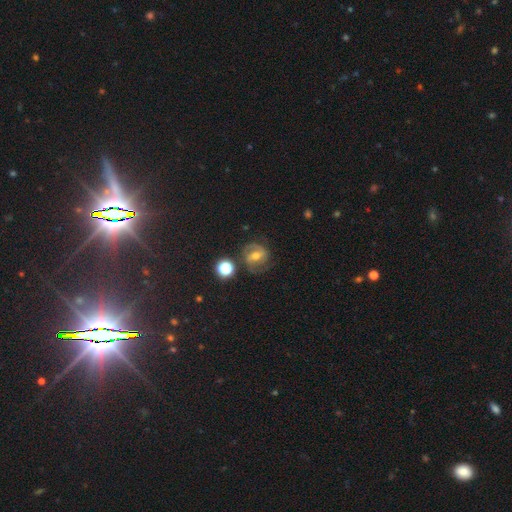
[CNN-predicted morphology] Smooth or featured: featured or disk — 69% (smooth — 19%)
Edge-on disk: no — 97% (yes — 3%)
Bar: weak — 46% (strong — 32%)
Spiral arms: yes — 91% (no — 9%)
Spiral winding: medium — 49% (tight — 34%)
Spiral arm count: 2 — 83% (can't tell — 8%)
Bulge size: moderate — 65% (small — 28%)
Merging: none — 75% (minor disturbance — 15%)